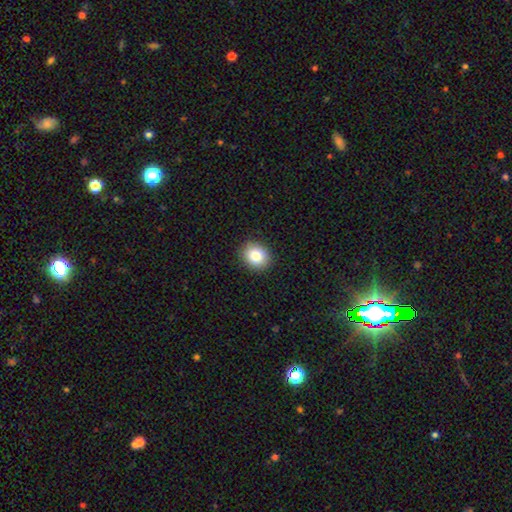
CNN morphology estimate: Smooth or featured: smooth — 83% (star or artifact — 9%)
How rounded: round — 67% (in between — 32%)
Merging: none — 91% (minor disturbance — 6%)